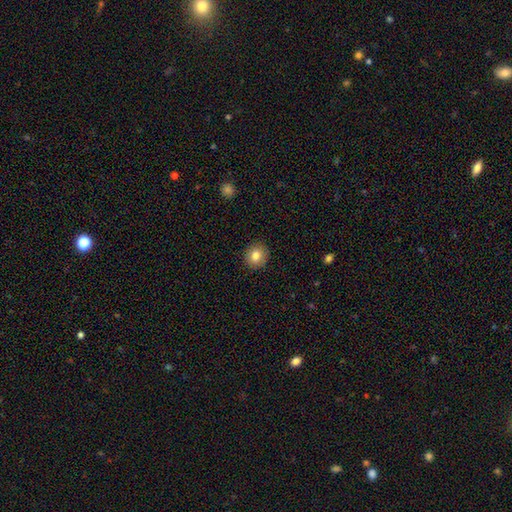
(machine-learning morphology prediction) A smooth galaxy with no disk features (81%) that is round (86%).

Vote fractions:
- Smooth or featured? smooth: 81% / featured or disk: 9% / star or artifact: 9%
- How rounded? round: 86% / in between: 13% / cigar-shaped: 1%
- Merging? none: 91% / minor disturbance: 6% / major disturbance: 2% / merger: 1%